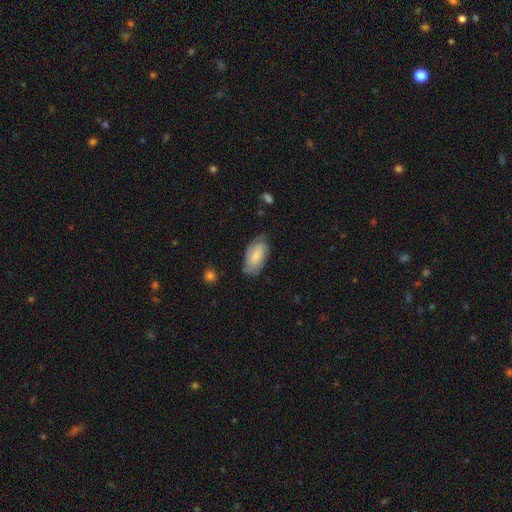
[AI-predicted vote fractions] Overall: smooth (68%). How rounded: in between (91%). Merging: none (70%).